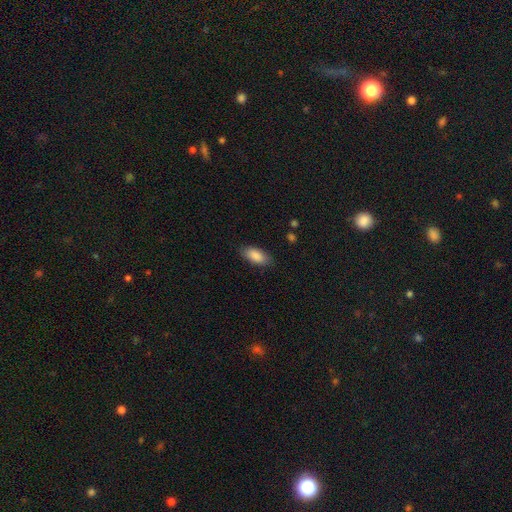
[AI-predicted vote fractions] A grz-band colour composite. It shows a smooth galaxy with no disk features (87%) that is in between round and cigar-shaped (89%). Merging: none (85%).